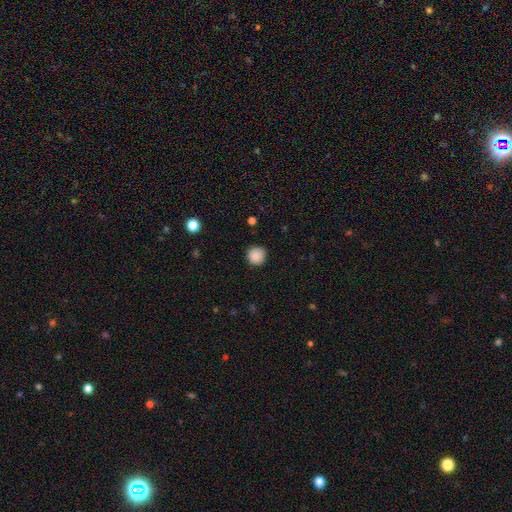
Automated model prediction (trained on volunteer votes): Smooth or featured? Predicted: smooth (p=0.88). How rounded? Predicted: round (p=0.94). Merging? Predicted: none (p=0.90).